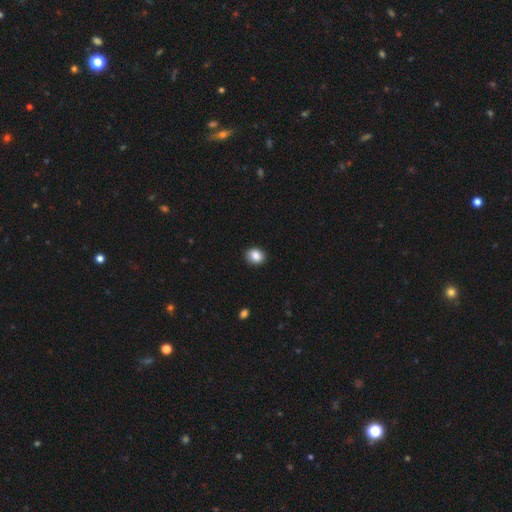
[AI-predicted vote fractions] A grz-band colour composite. It shows a smooth galaxy with no disk features (88%) that is round (64%). Merging: none (91%).